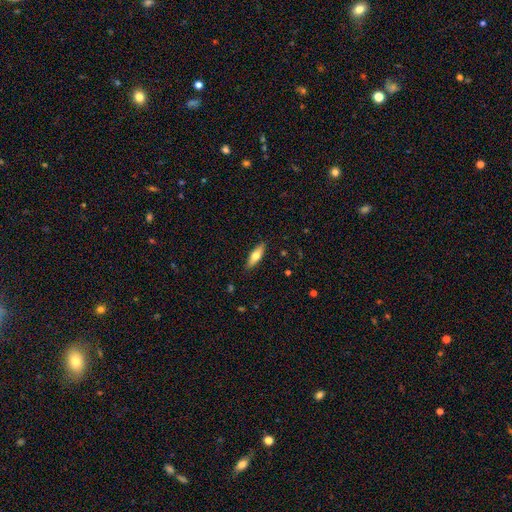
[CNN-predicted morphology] Q: Smooth or featured?
A: smooth (65%); runner-up: featured or disk (29%)
Q: How rounded?
A: in between (54%); runner-up: cigar-shaped (44%)
Q: Merging?
A: none (88%); runner-up: minor disturbance (9%)